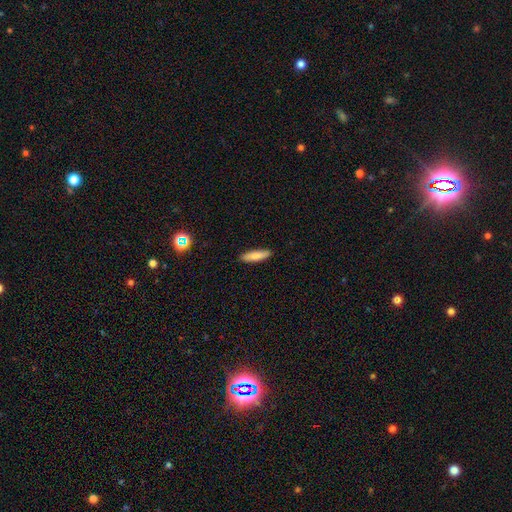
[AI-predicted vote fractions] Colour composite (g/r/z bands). It shows a smooth galaxy with no disk features (80%) that is cigar-shaped (66%). Merging: none (89%).